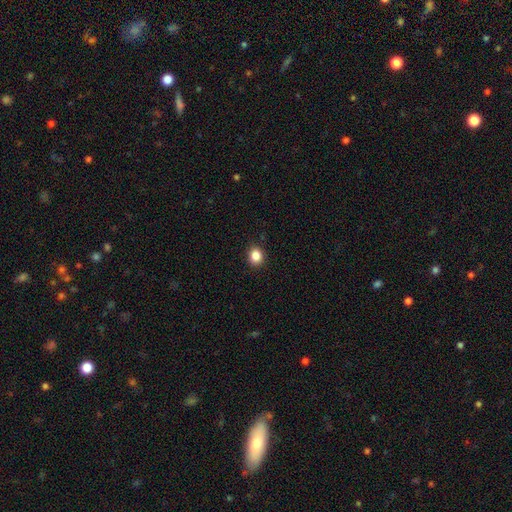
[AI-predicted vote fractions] Smooth or featured?
  - smooth: 86% *
  - star or artifact: 11%
  - featured or disk: 4%
How rounded?
  - round: 76% *
  - in between: 23%
  - cigar-shaped: 1%
Merging?
  - none: 91% *
  - minor disturbance: 7%
  - major disturbance: 2%
  - merger: 1%